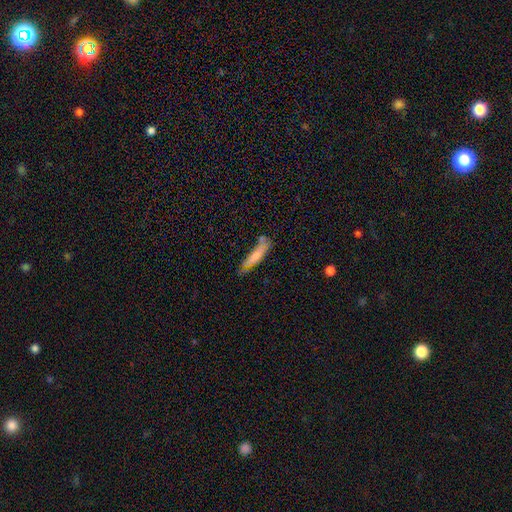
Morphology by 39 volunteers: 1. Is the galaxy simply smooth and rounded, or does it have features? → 77% smooth, 15% featured or disk, 8% star or artifact.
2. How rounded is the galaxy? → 83% cigar-shaped, 13% in between, 3% round.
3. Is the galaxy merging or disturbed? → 50% none, 28% minor disturbance, 14% merger, 8% major disturbance.